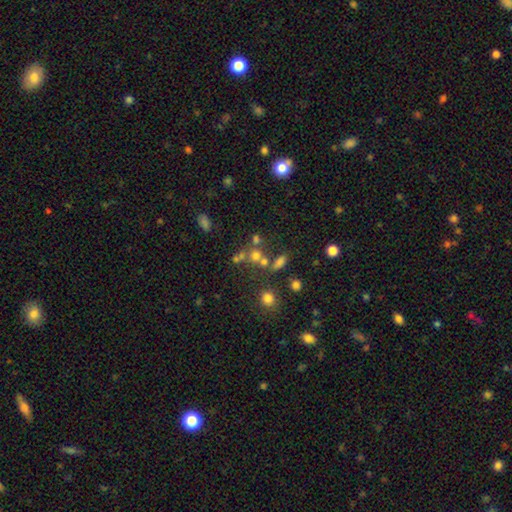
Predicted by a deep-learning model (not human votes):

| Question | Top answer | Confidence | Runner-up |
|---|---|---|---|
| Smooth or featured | smooth | 59% | star or artifact (24%) |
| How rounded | round | 70% | in between (28%) |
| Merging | none | 44% | merger (39%) |